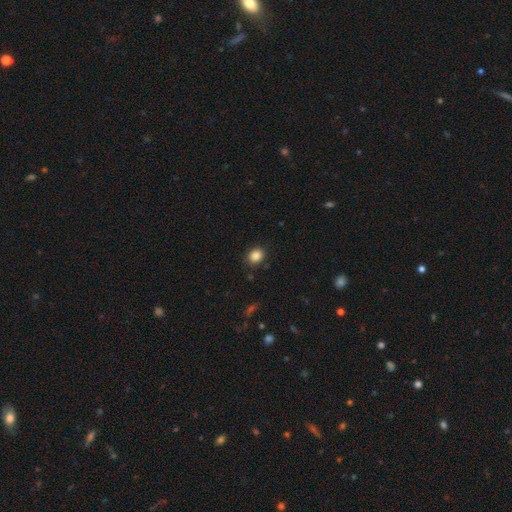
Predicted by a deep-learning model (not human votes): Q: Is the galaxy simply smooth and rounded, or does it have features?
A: smooth — 86%.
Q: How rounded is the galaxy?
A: round — 56%.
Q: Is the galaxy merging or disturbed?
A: none — 87%.